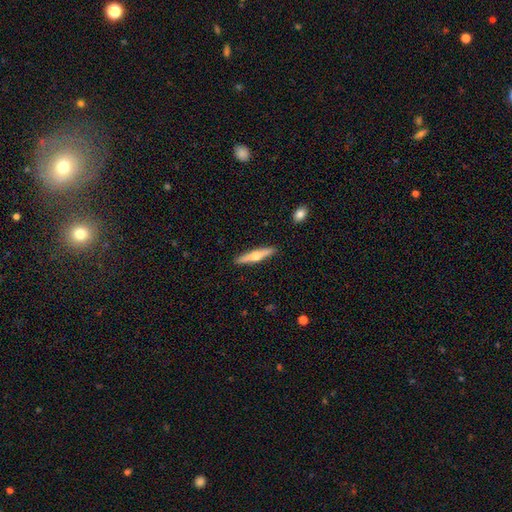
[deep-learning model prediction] The model was most divided on "smooth or featured": featured or disk: 56%, smooth: 39%, star or artifact: 6%. More confident: edge-on disk — yes (96%); edge-on bulge — rounded (91%); merging — none (90%).